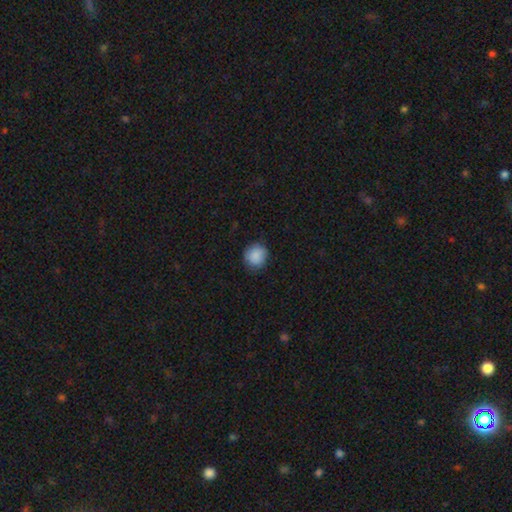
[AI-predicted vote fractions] A smooth galaxy with no disk features (89%) that is round (87%). Merging: none (84%).